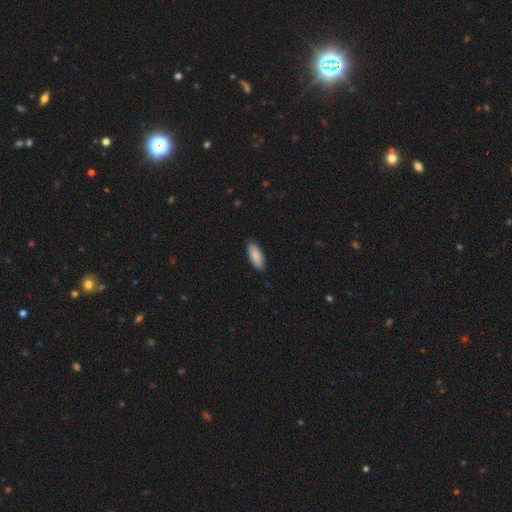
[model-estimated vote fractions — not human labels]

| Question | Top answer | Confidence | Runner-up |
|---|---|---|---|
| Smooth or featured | smooth | 89% | star or artifact (5%) |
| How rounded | in between | 75% | cigar-shaped (23%) |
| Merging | none | 89% | minor disturbance (9%) |